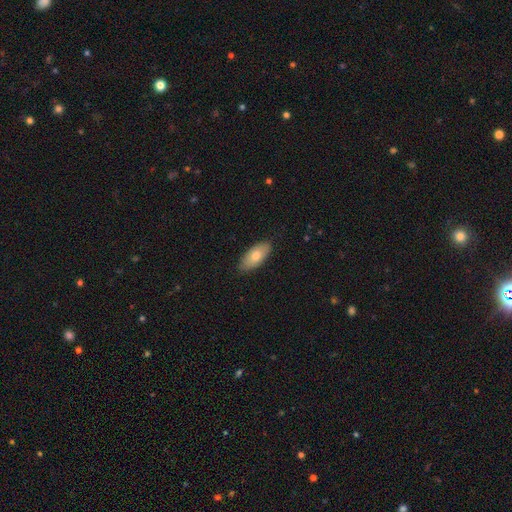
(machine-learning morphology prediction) Smooth or featured? Predicted: smooth (p=0.73). How rounded? Predicted: in between (p=0.89). Merging? Predicted: none (p=0.84).